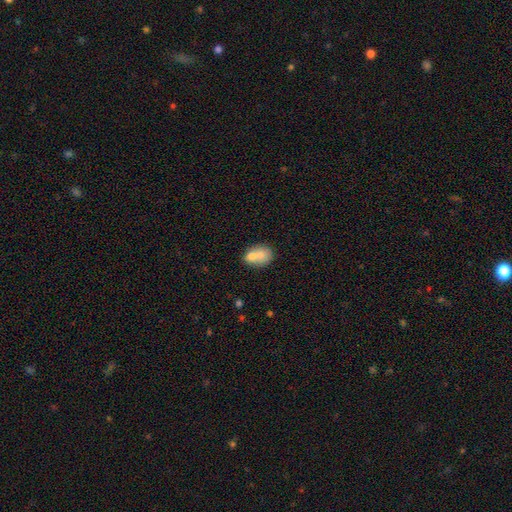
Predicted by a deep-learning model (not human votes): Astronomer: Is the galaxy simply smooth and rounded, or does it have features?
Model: smooth — 70%.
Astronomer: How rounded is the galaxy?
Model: in between — 60% (runner-up: round, 39%).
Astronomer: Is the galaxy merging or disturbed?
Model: merger — 53% (runner-up: none, 32%).